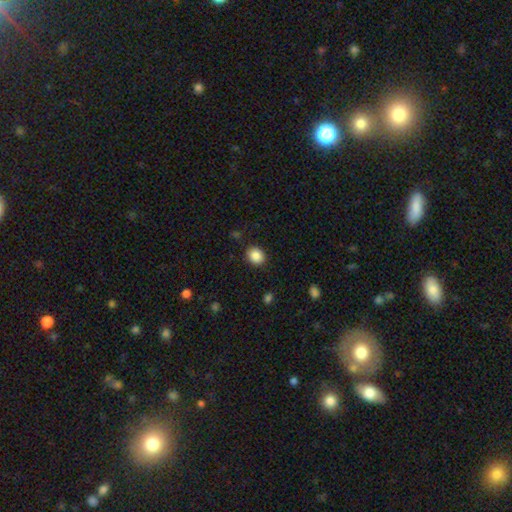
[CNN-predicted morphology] Smooth or featured? smooth (87%)
How rounded? round (63%)
Merging? none (88%)